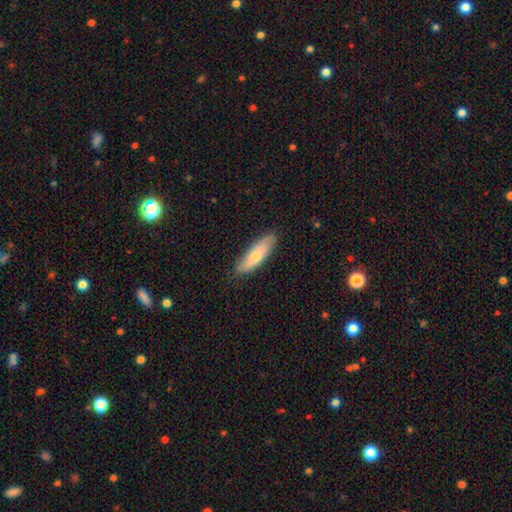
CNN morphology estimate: A smooth galaxy with no disk features (68%) that is cigar-shaped (59%). Merging: none (86%).